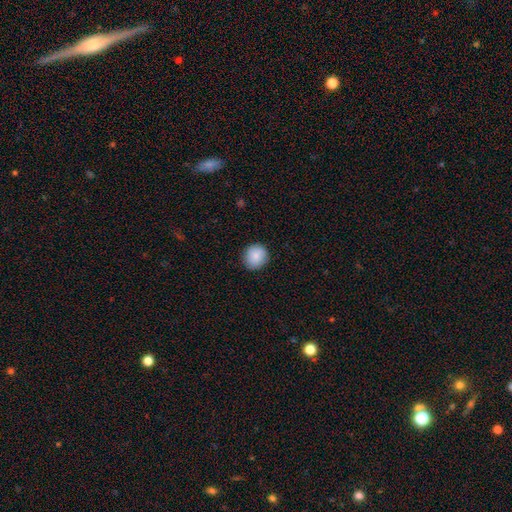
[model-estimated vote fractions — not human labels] Overall: smooth (86%). How rounded: round (88%). Merging: none (88%).